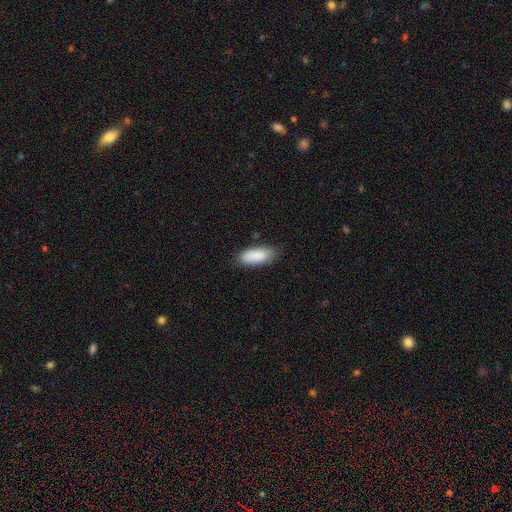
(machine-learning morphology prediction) Q: Smooth or featured?
A: smooth (89%); runner-up: star or artifact (6%)
Q: How rounded?
A: in between (83%); runner-up: cigar-shaped (16%)
Q: Merging?
A: none (82%); runner-up: minor disturbance (14%)